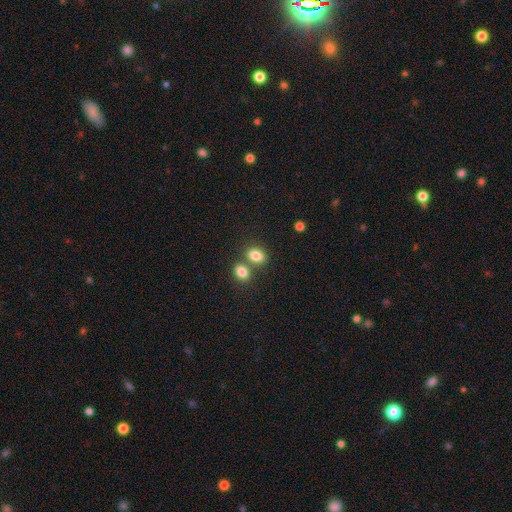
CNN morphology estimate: Smooth or featured: smooth — 83% (star or artifact — 9%)
How rounded: in between — 75% (round — 23%)
Merging: none — 49% (merger — 38%)